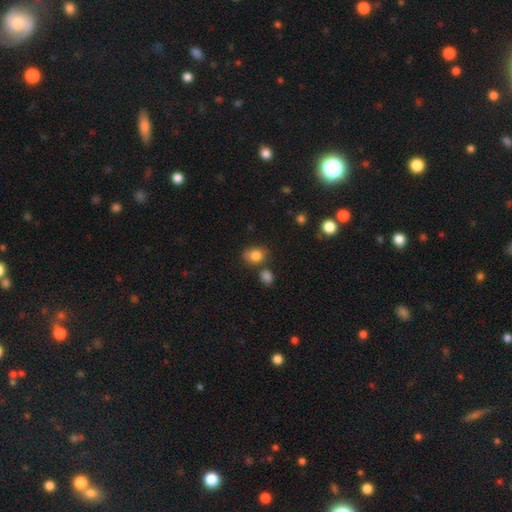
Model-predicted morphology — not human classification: type=smooth (82%); roundness=in between (49%, tied with round); merging=none (62%).